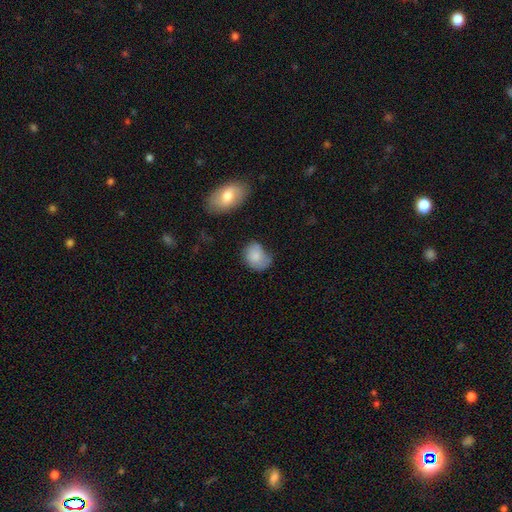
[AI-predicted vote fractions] Smooth or featured?
  - smooth: 80% *
  - featured or disk: 13%
  - star or artifact: 7%
How rounded?
  - in between: 57% *
  - round: 42%
  - cigar-shaped: 1%
Merging?
  - none: 41% *
  - minor disturbance: 39%
  - major disturbance: 15%
  - merger: 5%